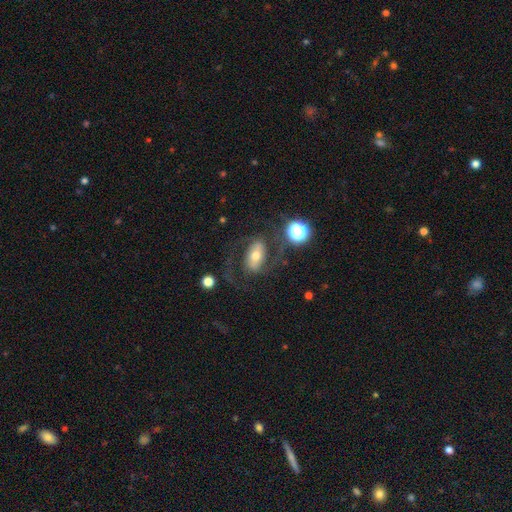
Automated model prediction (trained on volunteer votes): Smooth or featured: featured or disk — 64% (smooth — 26%)
Edge-on disk: no — 95% (yes — 5%)
Bar: strong — 36% (no — 33%)
Spiral arms: yes — 82% (no — 18%)
Bulge size: moderate — 62% (small — 24%)
Merging: none — 59% (major disturbance — 21%)